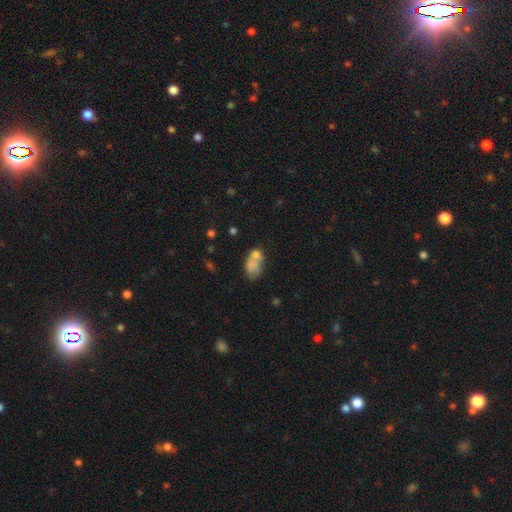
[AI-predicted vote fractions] This is likely a smooth galaxy (71%). How rounded: clearly in between (80%). Merging: possibly merger (53%).